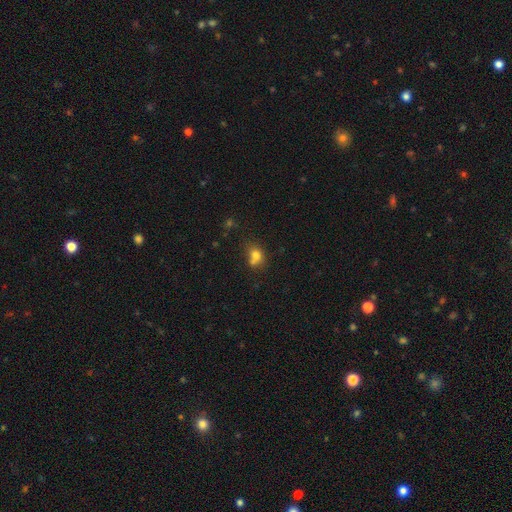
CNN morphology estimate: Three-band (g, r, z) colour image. It shows a smooth galaxy with no disk features (75%) that is round (50%). Merging: none (38%).